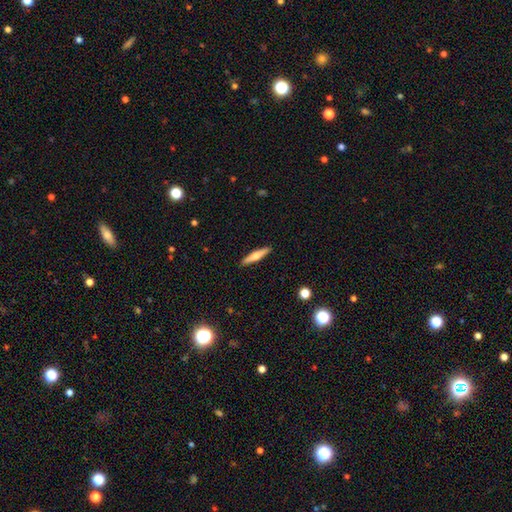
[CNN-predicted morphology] This is possibly a featured or disk galaxy (49%). Merging: clearly none (91%).